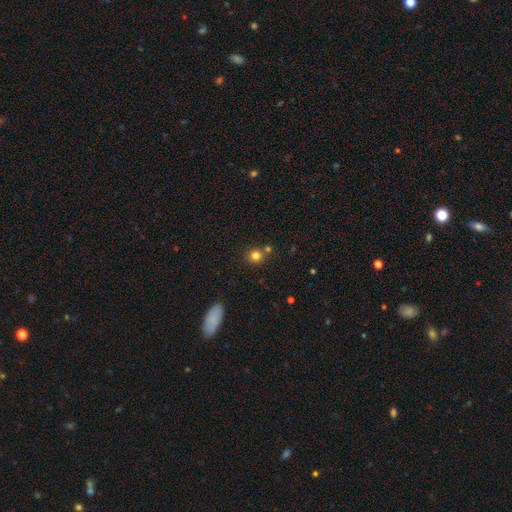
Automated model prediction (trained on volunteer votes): A smooth galaxy with no disk features (79%) that is round (88%).

Vote fractions:
- Smooth or featured? smooth: 79% / star or artifact: 14% / featured or disk: 7%
- How rounded? round: 88% / in between: 11% / cigar-shaped: 1%
- Merging? none: 72% / merger: 16% / minor disturbance: 9% / major disturbance: 3%